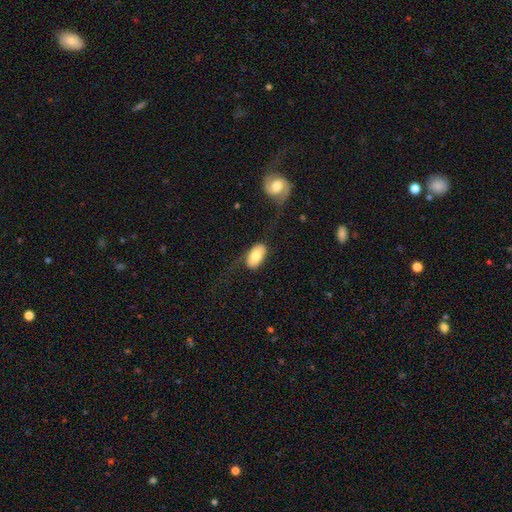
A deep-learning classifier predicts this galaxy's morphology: Smooth or featured?
  - smooth: 75% *
  - featured or disk: 19%
  - star or artifact: 6%
How rounded?
  - in between: 94% *
  - round: 4%
  - cigar-shaped: 2%
Merging?
  - none: 56% *
  - minor disturbance: 20%
  - major disturbance: 19%
  - merger: 5%